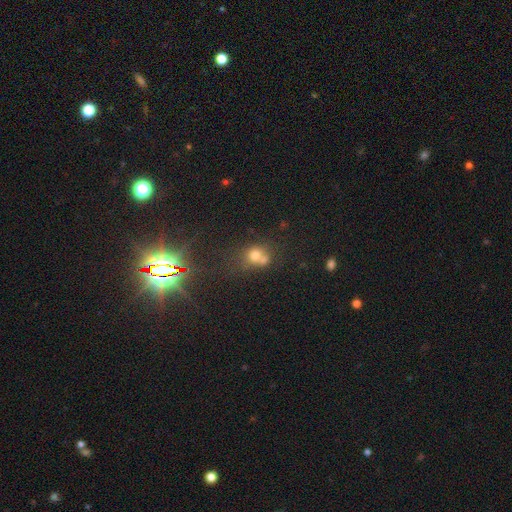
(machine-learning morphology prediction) Q: Smooth or featured?
A: smooth (55%); runner-up: star or artifact (29%)
Q: How rounded?
A: round (74%); runner-up: in between (24%)
Q: Merging?
A: merger (46%); runner-up: none (39%)